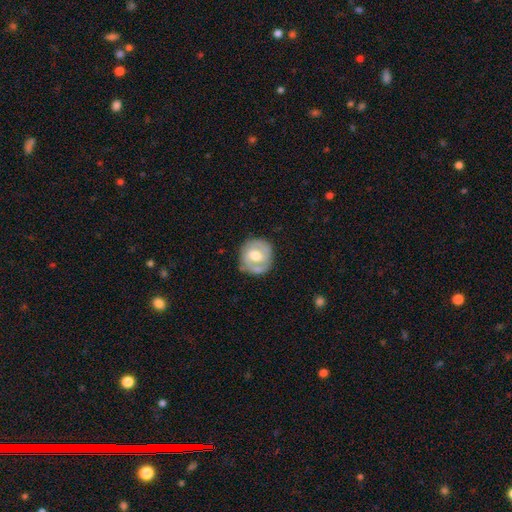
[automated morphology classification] Overall: featured or disk (58%; smooth 36%). Edge-on disk: no (97%). Bar: no (47%; weak 42%). Spiral arms: yes (68%; no 32%). Bulge size: moderate (72%). Merging: none (73%).